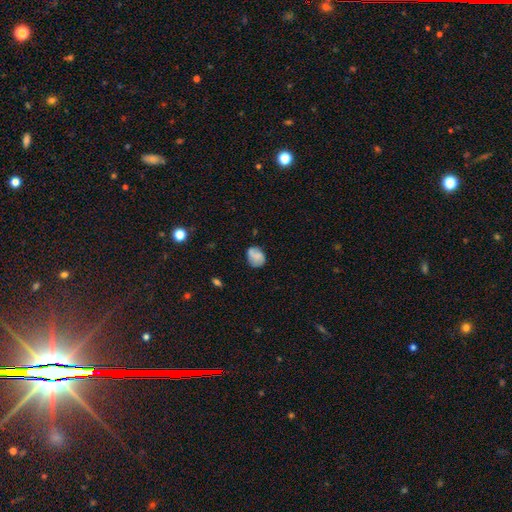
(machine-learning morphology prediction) Smooth or featured: smooth — 61% (featured or disk — 30%)
How rounded: round — 51% (in between — 47%)
Merging: none — 60% (minor disturbance — 25%)